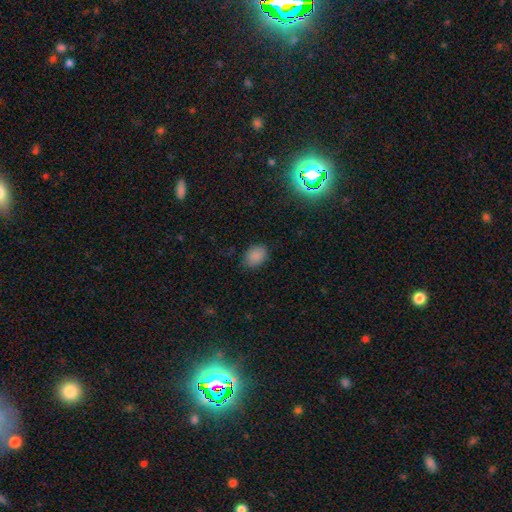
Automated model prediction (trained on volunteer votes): smooth-or-featured: smooth: 85% | star or artifact: 11% | featured or disk: 4%
  how-rounded: in between: 69% | round: 30% | cigar-shaped: 1%
  merging: none: 82% | minor disturbance: 14% | major disturbance: 3% | merger: 1%